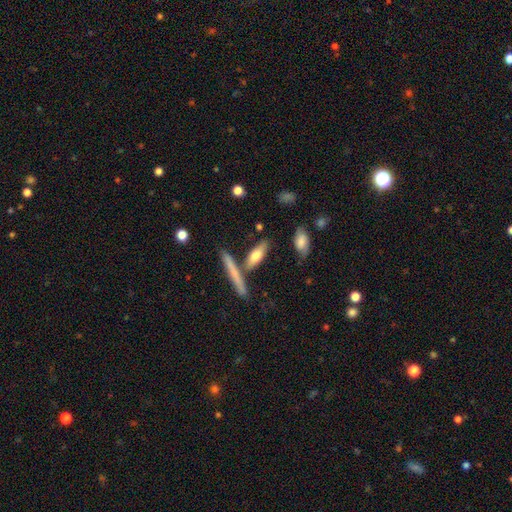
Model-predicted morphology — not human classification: Smooth or featured: smooth — 64% (featured or disk — 30%)
How rounded: cigar-shaped — 57% (in between — 39%)
Merging: none — 69% (merger — 15%)